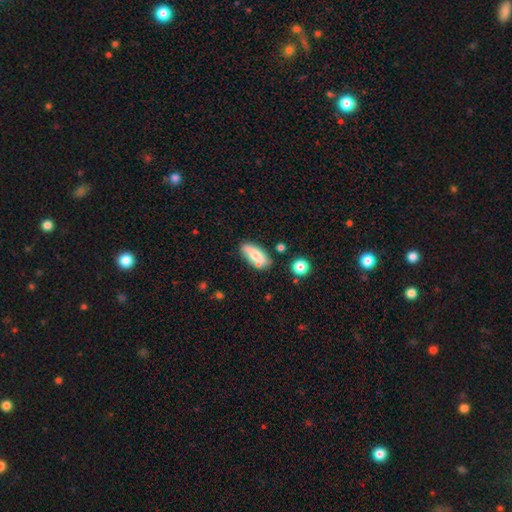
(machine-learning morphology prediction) This appears to be a smooth galaxy with no disk features (68%) that is in between round and cigar-shaped (76%). Merging: none (69%).